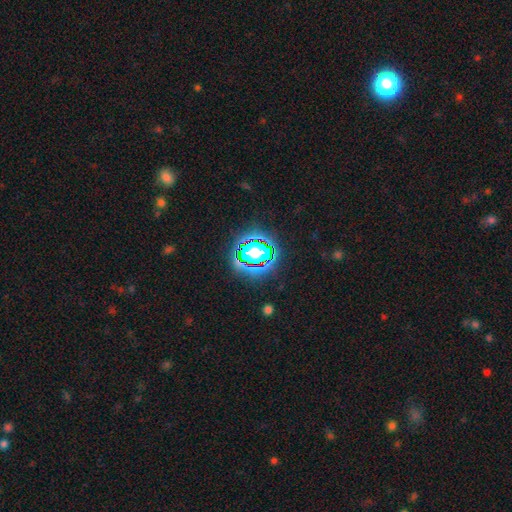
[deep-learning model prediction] smooth_or_featured: star or artifact (p=0.61) [alt: smooth p=0.25]